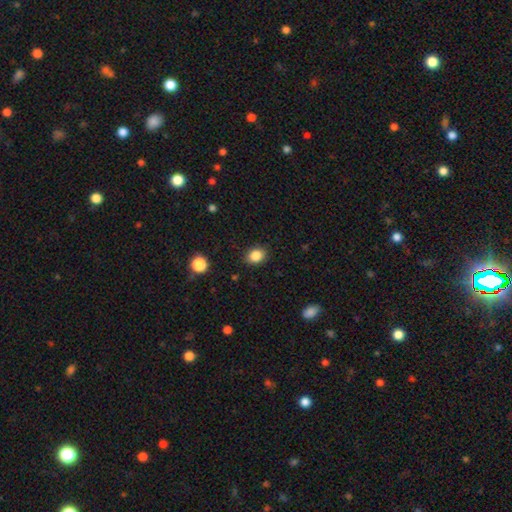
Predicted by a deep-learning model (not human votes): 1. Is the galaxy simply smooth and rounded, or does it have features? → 85% smooth, 10% star or artifact, 4% featured or disk.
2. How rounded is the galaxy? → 52% round, 47% in between, 1% cigar-shaped.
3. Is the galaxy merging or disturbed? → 88% none, 9% minor disturbance, 2% major disturbance, 1% merger.